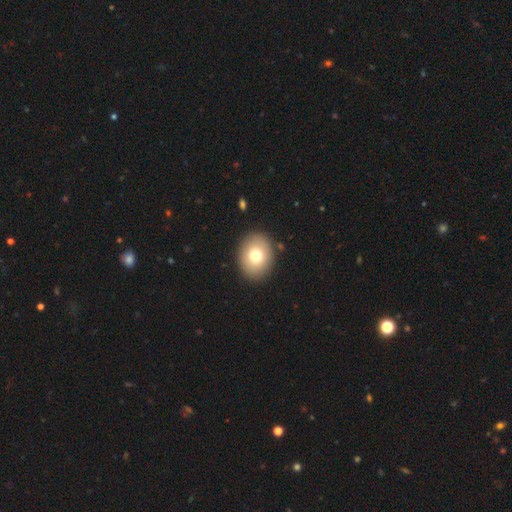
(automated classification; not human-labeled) Overall: smooth (76%). How rounded: in between (53%; round 47%). Merging: none (89%).